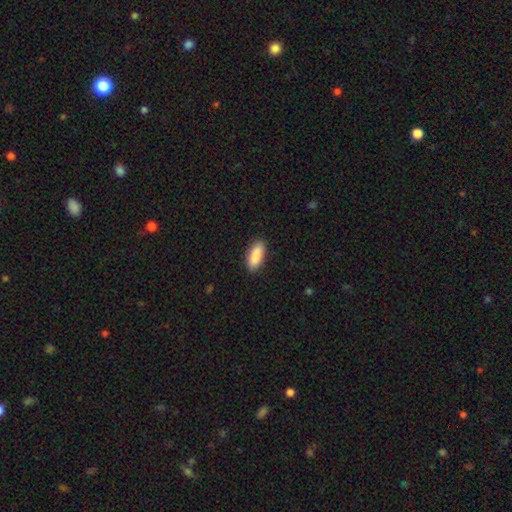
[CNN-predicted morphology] type=smooth (90%); roundness=in between (76%); merging=none (88%).